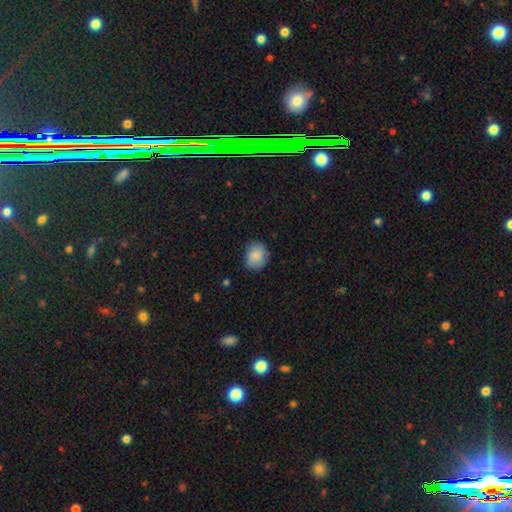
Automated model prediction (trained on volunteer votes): Smooth or featured: smooth — 85% (featured or disk — 8%)
How rounded: round — 66% (in between — 34%)
Merging: none — 80% (minor disturbance — 15%)